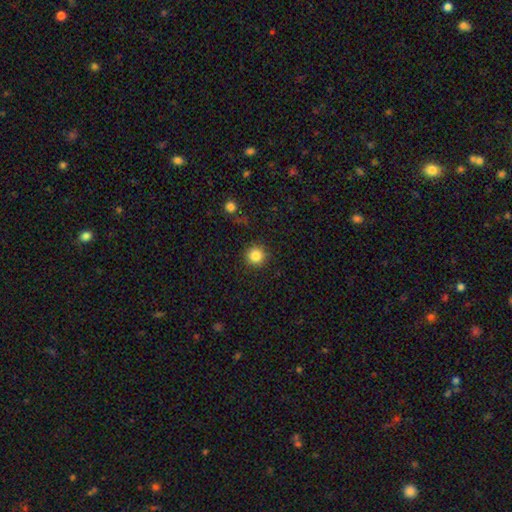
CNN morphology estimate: This appears to be a smooth galaxy with no disk features (84%) that is round (95%). Merging: none (90%).